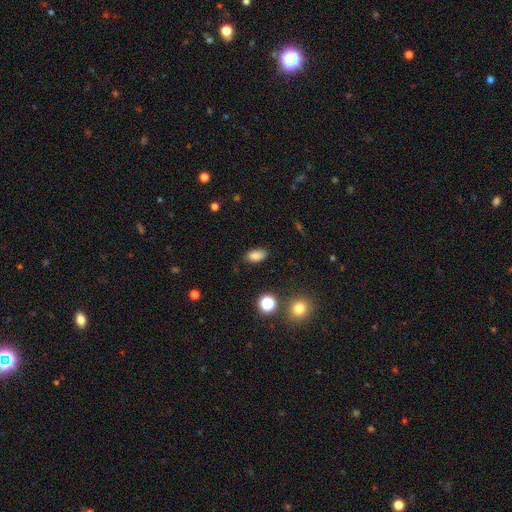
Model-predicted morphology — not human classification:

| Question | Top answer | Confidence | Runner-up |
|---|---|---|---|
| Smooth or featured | smooth | 83% | star or artifact (12%) |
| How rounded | in between | 89% | round (8%) |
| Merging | none | 84% | minor disturbance (12%) |